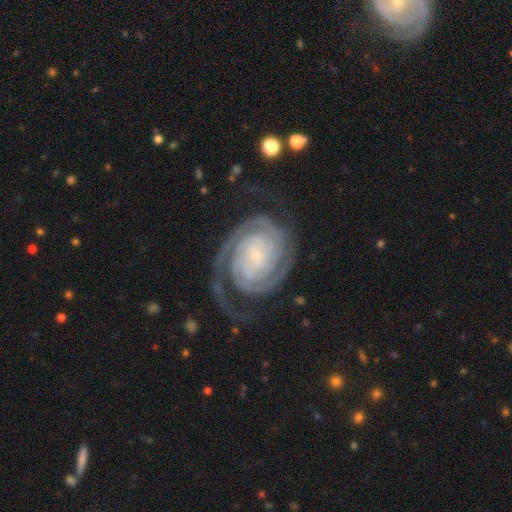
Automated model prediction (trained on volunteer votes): Overall: featured or disk (91%). Edge-on disk: no (98%). Bar: no (58%; weak 28%). Spiral arms: yes (99%). Spiral arm count: 2 (74%). Spiral winding: tight (75%). Bulge size: small (51%; none 26%). Merging: none (73%).